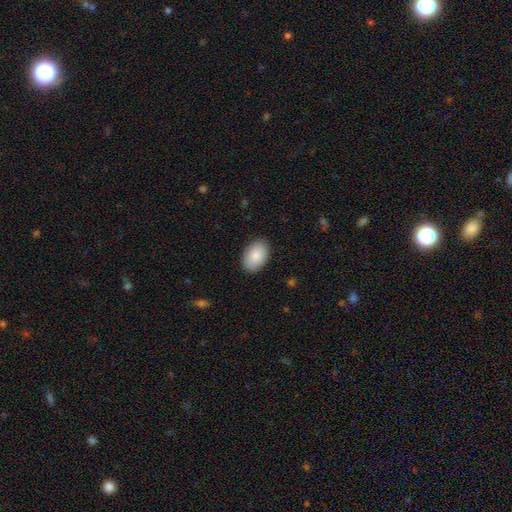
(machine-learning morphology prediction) smooth_or_featured: smooth (p=0.88) [alt: featured or disk p=0.06]
how_rounded: in between (p=0.91) [alt: round p=0.08]
merging: none (p=0.87) [alt: minor disturbance p=0.10]